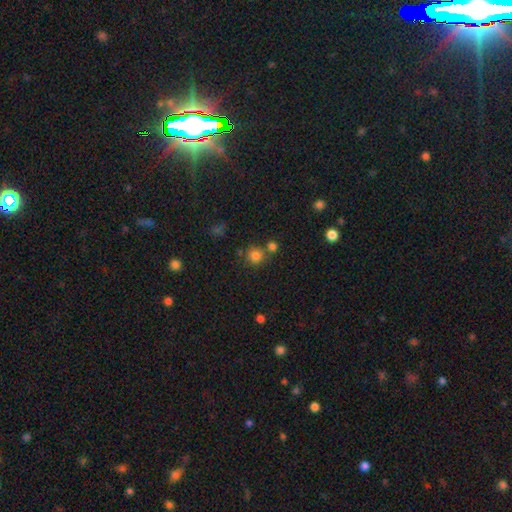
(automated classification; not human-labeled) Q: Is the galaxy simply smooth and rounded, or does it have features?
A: smooth — 79%.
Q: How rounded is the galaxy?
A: round — 91%.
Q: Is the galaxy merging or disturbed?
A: none — 68%.